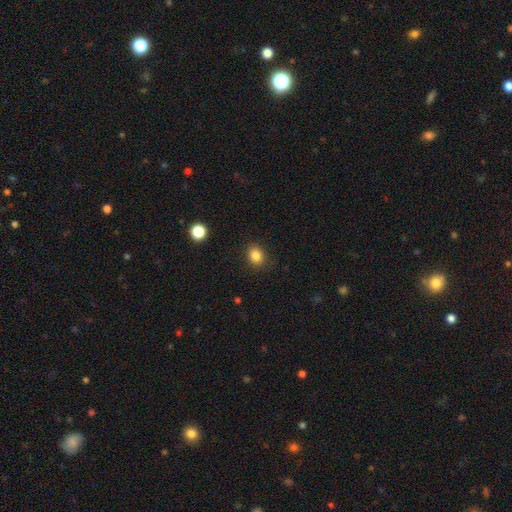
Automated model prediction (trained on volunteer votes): Smooth or featured? smooth (84%)
How rounded? round (54%)
Merging? none (88%)